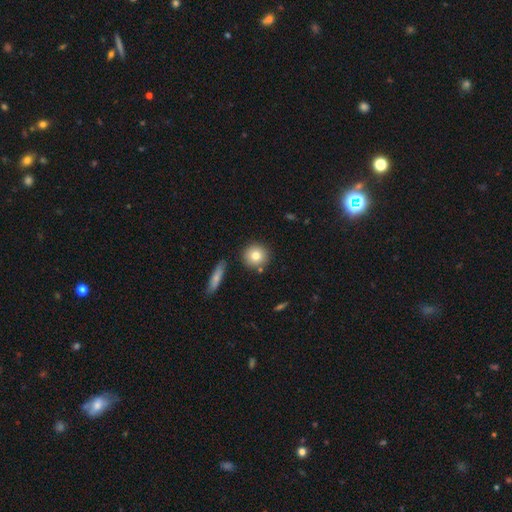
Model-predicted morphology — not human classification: Smooth or featured? smooth (77%)
How rounded? round (91%)
Merging? none (84%)